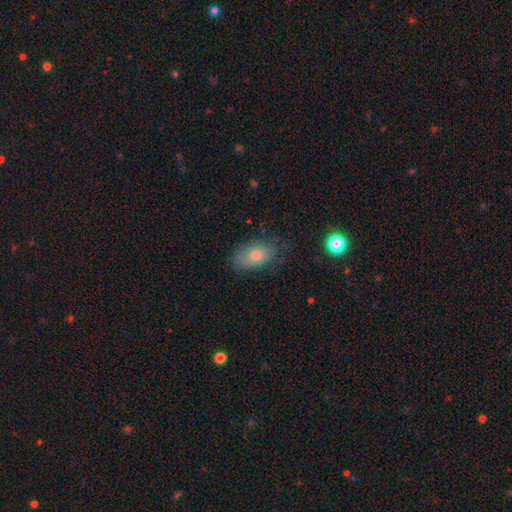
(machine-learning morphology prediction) Smooth or featured?
  - smooth: 72% *
  - featured or disk: 19%
  - star or artifact: 9%
How rounded?
  - in between: 89% *
  - round: 8%
  - cigar-shaped: 3%
Merging?
  - none: 70% *
  - minor disturbance: 22%
  - major disturbance: 6%
  - merger: 1%